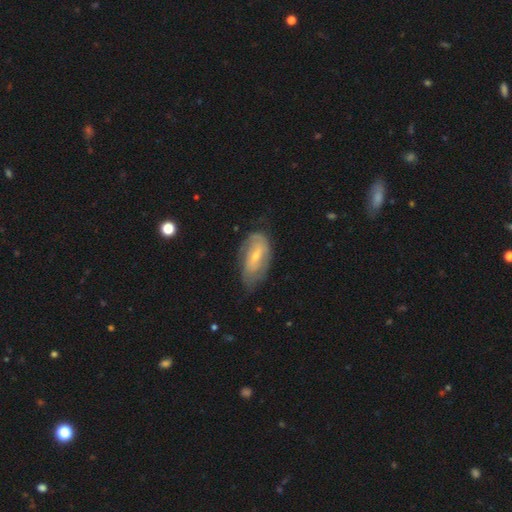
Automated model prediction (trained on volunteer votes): smooth_or_featured: featured or disk (p=0.67) [alt: smooth p=0.27]
disk_edge_on: no (p=0.93) [alt: yes p=0.07]
bar: weak (p=0.46) [alt: no p=0.35]
has_spiral_arms: yes (p=0.81) [alt: no p=0.19]
spiral_winding: tight (p=0.46) [alt: medium p=0.37]
spiral_arm_count: 2 (p=0.48) [alt: can't tell p=0.36]
bulge_size: small (p=0.64) [alt: moderate p=0.30]
merging: none (p=0.57) [alt: minor disturbance p=0.28]